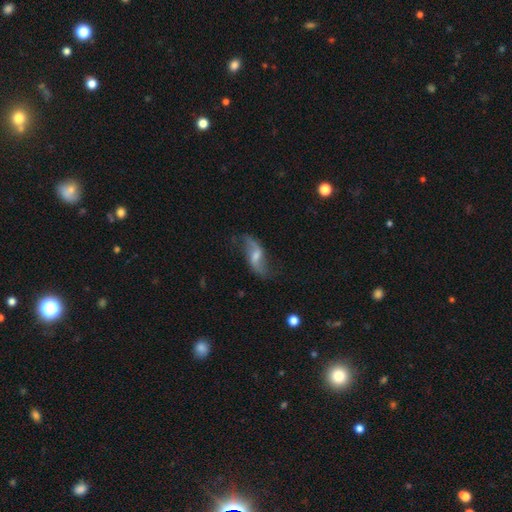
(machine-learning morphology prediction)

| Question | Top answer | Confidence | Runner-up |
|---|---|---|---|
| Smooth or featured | featured or disk | 76% | smooth (16%) |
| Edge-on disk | no | 93% | yes (7%) |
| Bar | weak | 50% | no (26%) |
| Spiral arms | yes | 92% | no (8%) |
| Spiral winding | loose | 87% | medium (10%) |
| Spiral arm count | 2 | 91% | can't tell (3%) |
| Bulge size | moderate | 38% | small (37%) |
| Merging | none | 68% | minor disturbance (18%) |